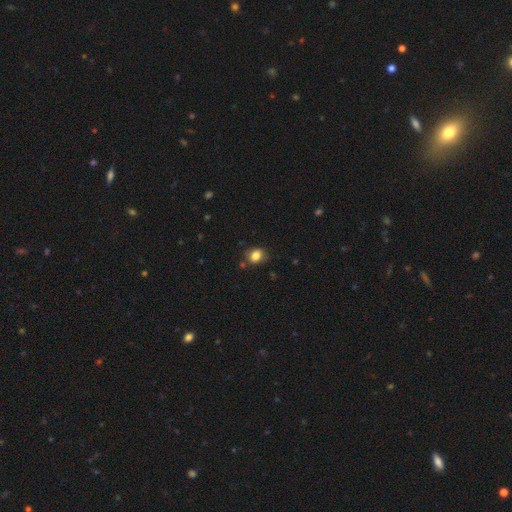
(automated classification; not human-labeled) smooth 83%, star or artifact 11%, featured or disk 6%. Down the decision tree: how rounded — round (55%); merging — none (77%).